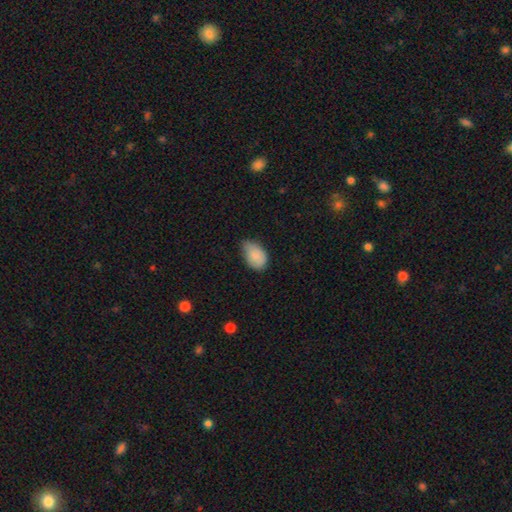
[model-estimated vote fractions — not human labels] Q: Smooth or featured?
A: smooth (86%); runner-up: star or artifact (7%)
Q: How rounded?
A: in between (88%); runner-up: round (10%)
Q: Merging?
A: none (47%); runner-up: minor disturbance (44%)